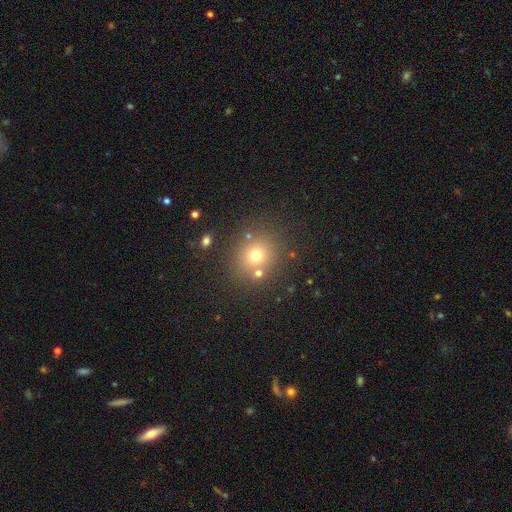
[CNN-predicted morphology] Smooth or featured? smooth (69%)
How rounded? round (83%)
Merging? none (77%)